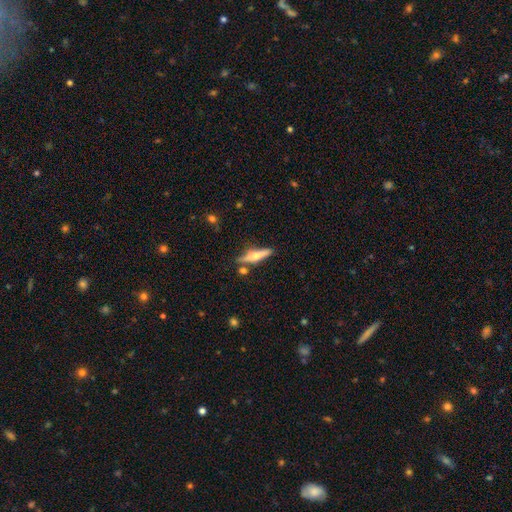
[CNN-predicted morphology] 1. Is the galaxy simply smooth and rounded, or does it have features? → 48% featured or disk, 46% smooth, 7% star or artifact.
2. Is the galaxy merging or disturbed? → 76% none, 13% minor disturbance, 8% merger, 3% major disturbance.